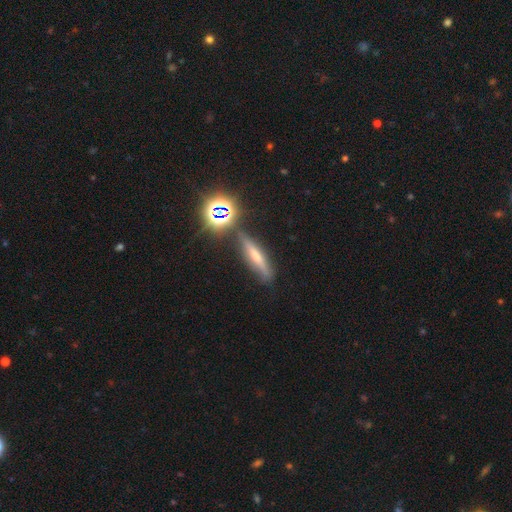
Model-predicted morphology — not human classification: The model was most divided on "smooth or featured" (2-way tie): featured or disk: 36%, smooth: 36%, star or artifact: 28%. More confident: merging — none (81%).